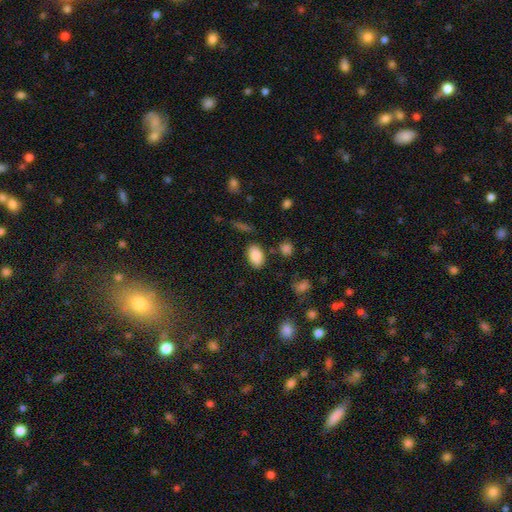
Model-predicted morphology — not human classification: Q: Smooth or featured?
A: smooth (86%); runner-up: star or artifact (8%)
Q: How rounded?
A: in between (90%); runner-up: round (8%)
Q: Merging?
A: none (84%); runner-up: minor disturbance (10%)